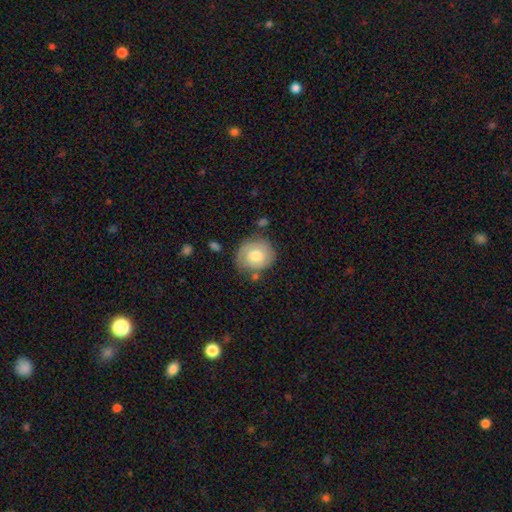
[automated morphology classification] Smooth or featured? smooth (66%)
How rounded? round (77%)
Merging? none (70%)